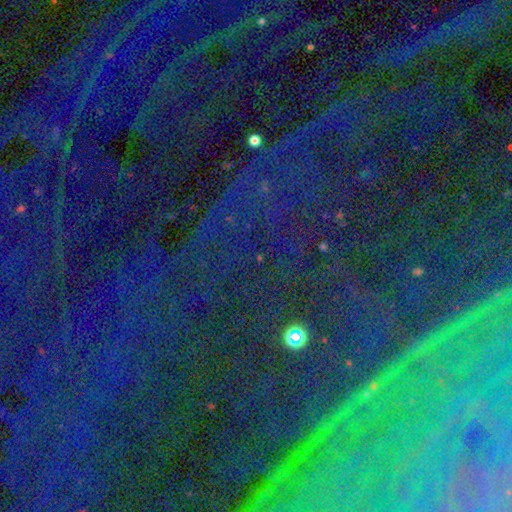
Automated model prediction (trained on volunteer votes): Smooth or featured?
  - star or artifact: 81% *
  - smooth: 10%
  - featured or disk: 9%